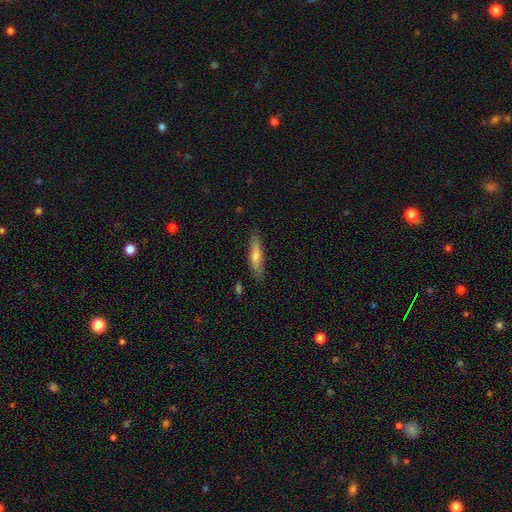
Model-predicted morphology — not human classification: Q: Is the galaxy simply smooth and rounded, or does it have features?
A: smooth — 61%.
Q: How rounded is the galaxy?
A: cigar-shaped — 83%.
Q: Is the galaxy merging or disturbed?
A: none — 84%.